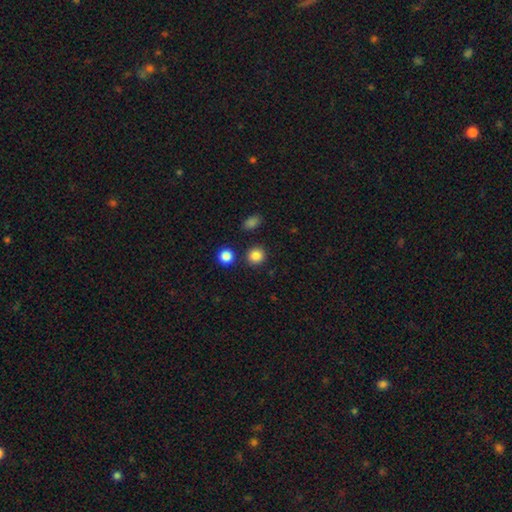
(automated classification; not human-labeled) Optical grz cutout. It shows a smooth galaxy with no disk features (85%) that is round (89%). Merging: none (87%).